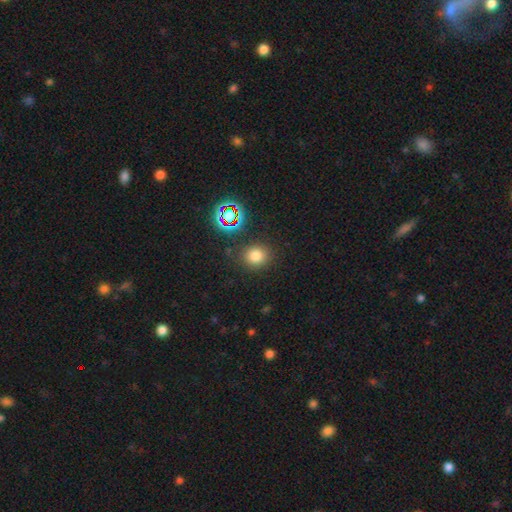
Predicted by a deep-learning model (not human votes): This is likely a smooth galaxy (72%). How rounded: likely round (80%). Merging: clearly none (85%).